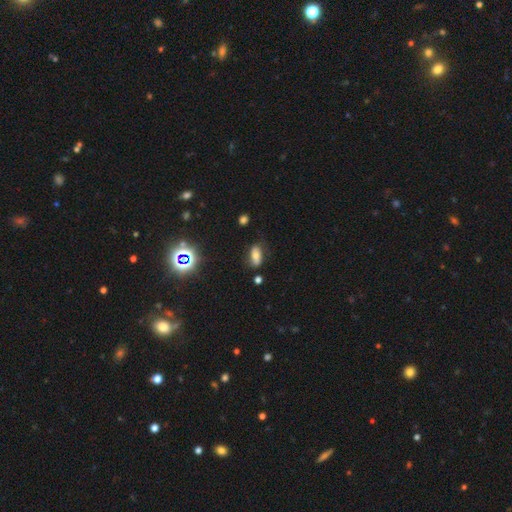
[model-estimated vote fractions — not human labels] smooth 65%, featured or disk 19%, star or artifact 16%. Down the decision tree: how rounded — in between (85%); merging — none (66%).